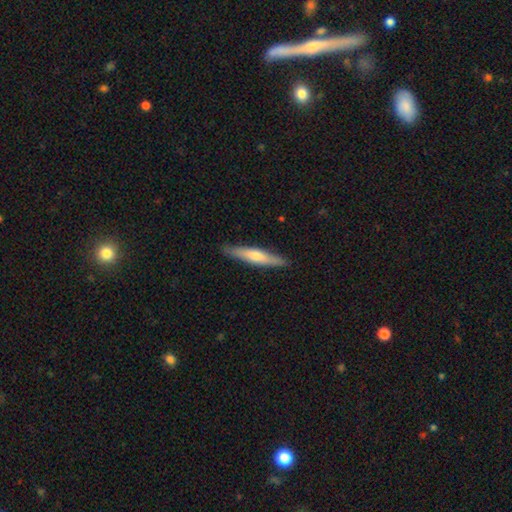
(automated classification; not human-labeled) A smooth galaxy with no disk features (48%).

Vote fractions:
- Smooth or featured? smooth: 48% / featured or disk: 46% / star or artifact: 6%
- Merging? none: 89% / minor disturbance: 8% / major disturbance: 2% / merger: 1%